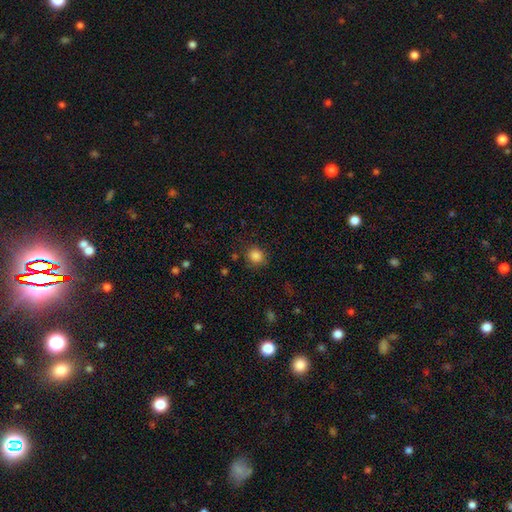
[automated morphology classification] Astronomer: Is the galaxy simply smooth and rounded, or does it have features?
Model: smooth — 85%.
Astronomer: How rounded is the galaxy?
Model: round — 85%.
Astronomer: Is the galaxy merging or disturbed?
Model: none — 82%.